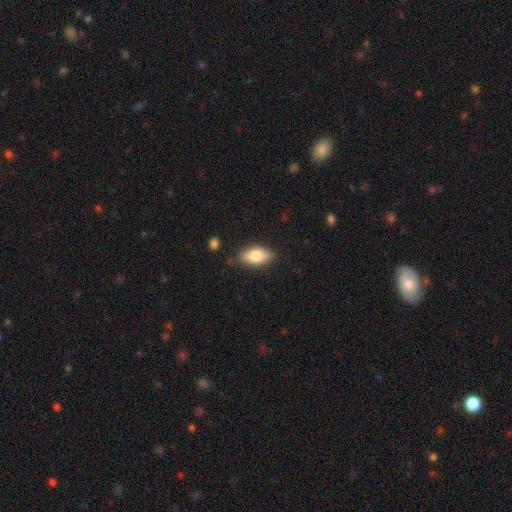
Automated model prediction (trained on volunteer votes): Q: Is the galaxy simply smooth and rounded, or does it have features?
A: smooth — 82%.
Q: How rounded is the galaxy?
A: in between — 90%.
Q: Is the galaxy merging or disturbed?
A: none — 81%.